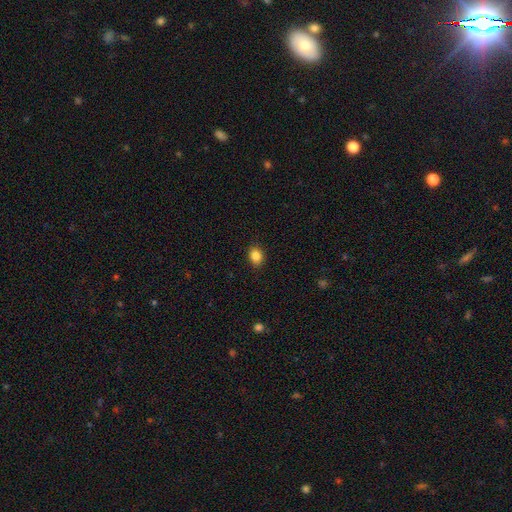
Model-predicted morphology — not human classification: Overall: smooth (85%). How rounded: in between (50%; round 49%). Merging: none (89%).